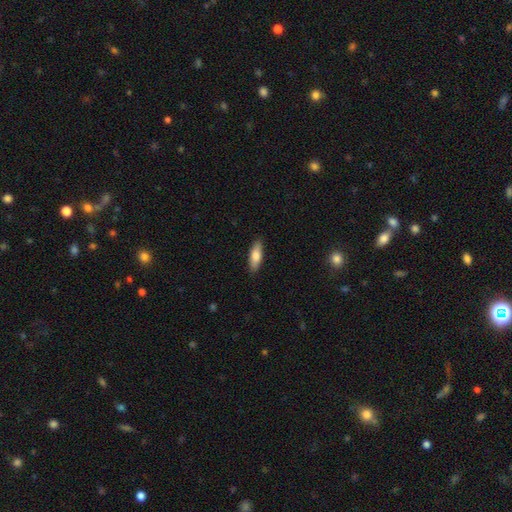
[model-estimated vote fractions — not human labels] This is likely a smooth galaxy (77%). How rounded: possibly in between (58%). Merging: clearly none (88%).